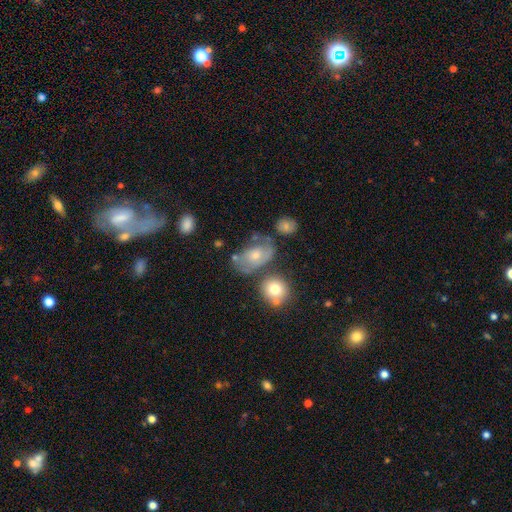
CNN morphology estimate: type=smooth (52%); roundness=in between (79%); merging=none (41%).